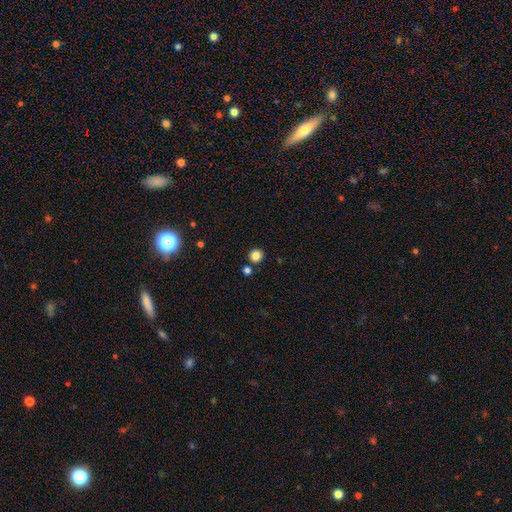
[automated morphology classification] type=smooth (83%); roundness=round (93%); merging=none (85%).